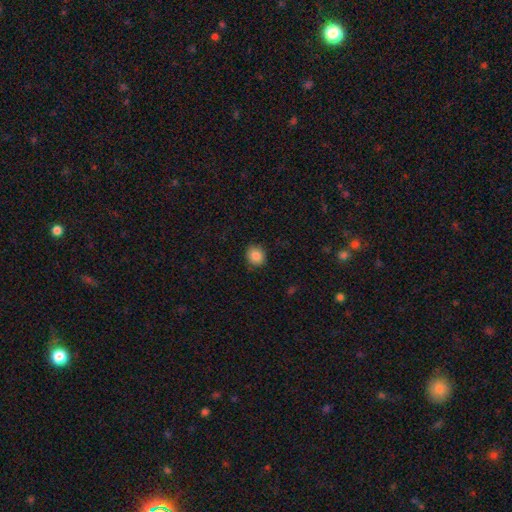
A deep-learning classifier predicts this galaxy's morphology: smooth-or-featured: smooth: 85% | star or artifact: 9% | featured or disk: 6%
  how-rounded: round: 78% | in between: 21% | cigar-shaped: 1%
  merging: none: 88% | minor disturbance: 9% | major disturbance: 2% | merger: 1%